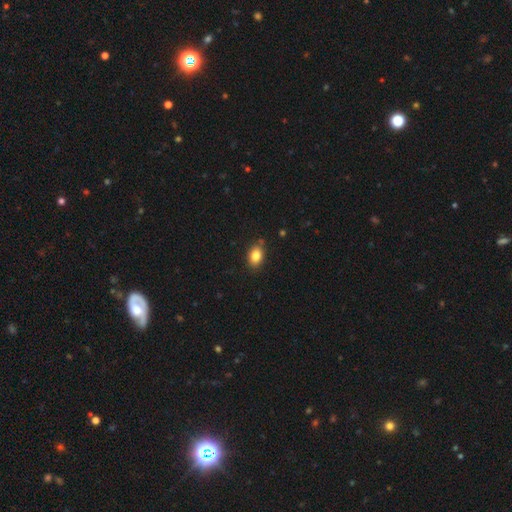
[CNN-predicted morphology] A smooth galaxy with no disk features (85%) that is in between round and cigar-shaped (78%). Merging: none (81%).